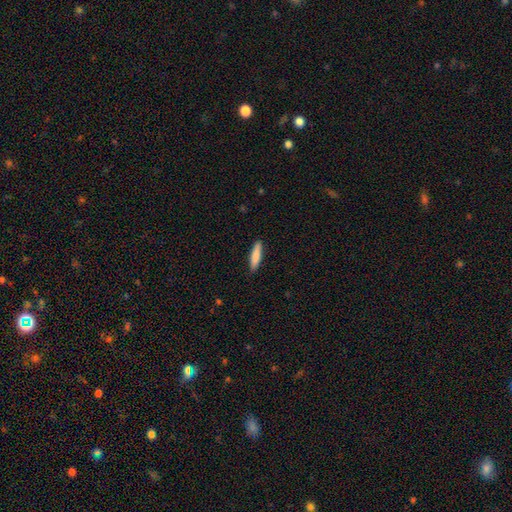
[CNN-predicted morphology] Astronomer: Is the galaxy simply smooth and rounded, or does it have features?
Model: smooth — 84%.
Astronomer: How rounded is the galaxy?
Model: cigar-shaped — 78%.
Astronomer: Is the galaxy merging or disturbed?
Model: none — 88%.